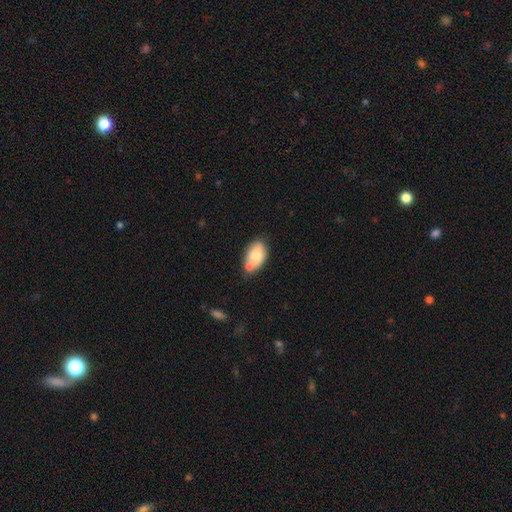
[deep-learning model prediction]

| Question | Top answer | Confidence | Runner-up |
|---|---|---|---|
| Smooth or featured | smooth | 76% | featured or disk (17%) |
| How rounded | in between | 91% | round (7%) |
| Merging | none | 52% | minor disturbance (25%) |